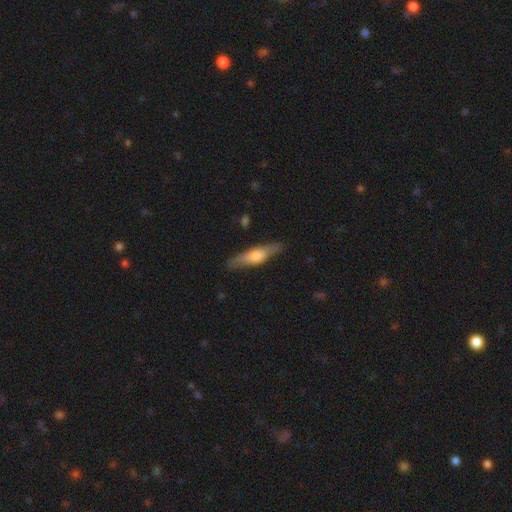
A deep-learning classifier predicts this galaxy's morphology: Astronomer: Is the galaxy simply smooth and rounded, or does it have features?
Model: featured or disk — 50% (runner-up: smooth, 44%).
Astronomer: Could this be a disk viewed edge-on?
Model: yes — 89%.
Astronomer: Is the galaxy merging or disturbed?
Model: none — 84%.